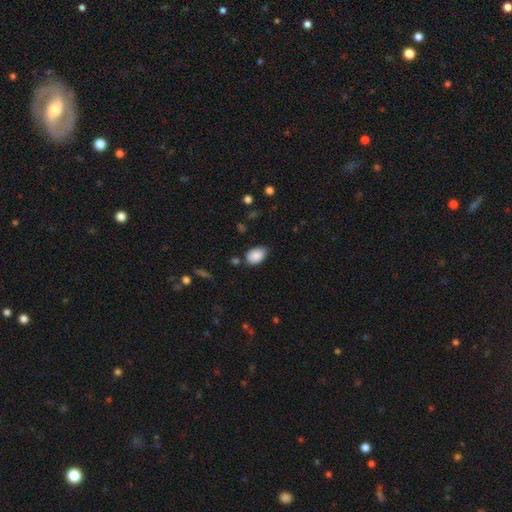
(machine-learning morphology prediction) A smooth galaxy with no disk features (88%) that is in between round and cigar-shaped (84%).

Vote fractions:
- Smooth or featured? smooth: 88% / star or artifact: 8% / featured or disk: 5%
- How rounded? in between: 84% / round: 14% / cigar-shaped: 1%
- Merging? none: 66% / minor disturbance: 26% / major disturbance: 4% / merger: 4%